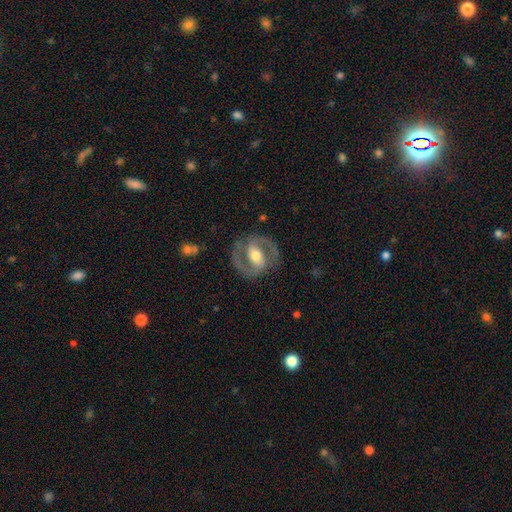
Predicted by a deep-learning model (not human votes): Smooth or featured? Predicted: featured or disk (p=0.88). Edge-on disk? Predicted: no (p=0.97). Bar? Predicted: strong (p=0.44). Spiral arms? Predicted: yes (p=0.94). Spiral winding? Predicted: medium (p=0.59). Spiral arm count? Predicted: 2 (p=0.93). Bulge size? Predicted: moderate (p=0.72). Merging? Predicted: none (p=0.84).